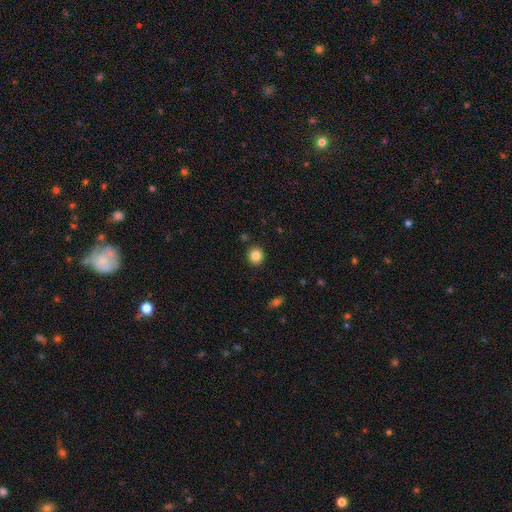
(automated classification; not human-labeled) smooth 85%, star or artifact 10%, featured or disk 5%. Down the decision tree: how rounded — round (89%); merging — none (90%).